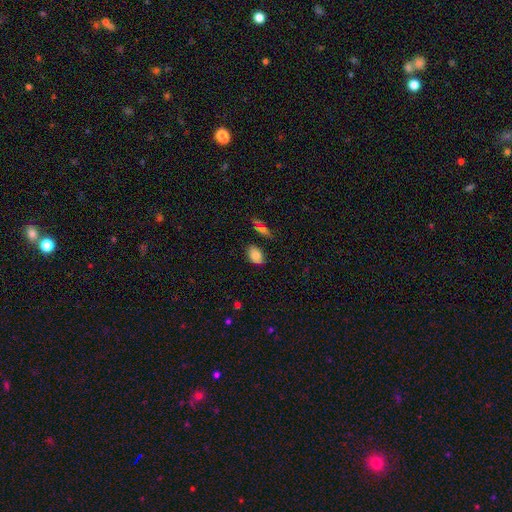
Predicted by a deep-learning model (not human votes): This appears to be a smooth galaxy with no disk features (80%) that is in between round and cigar-shaped (85%). Merging: none (73%).